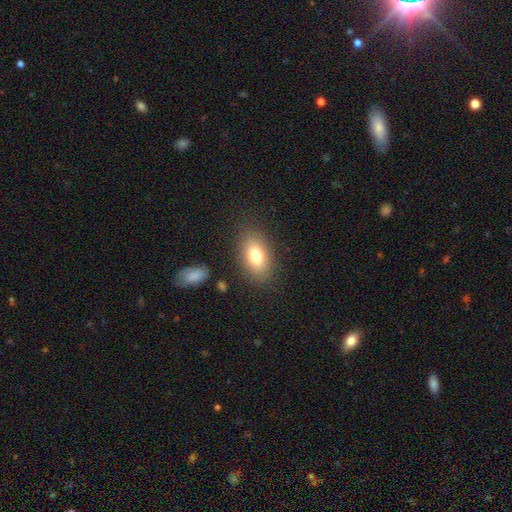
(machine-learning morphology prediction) type=smooth (78%); roundness=in between (89%); merging=none (84%).